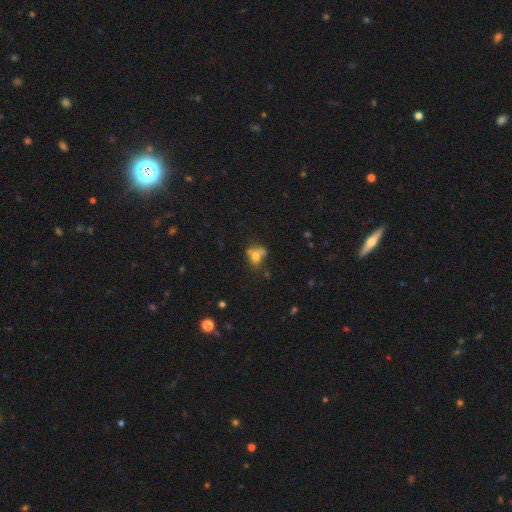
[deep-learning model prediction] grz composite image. It shows a smooth galaxy with no disk features (64%) that is round (51%). Merging: none (34%).